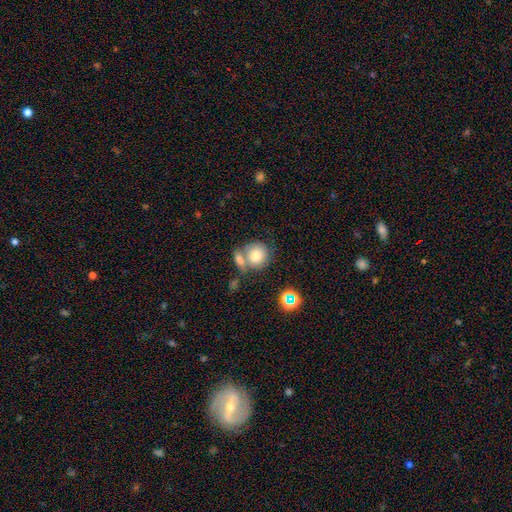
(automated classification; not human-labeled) This appears to be a smooth galaxy with no disk features (74%) that is round (81%). Merging: merger (42%).